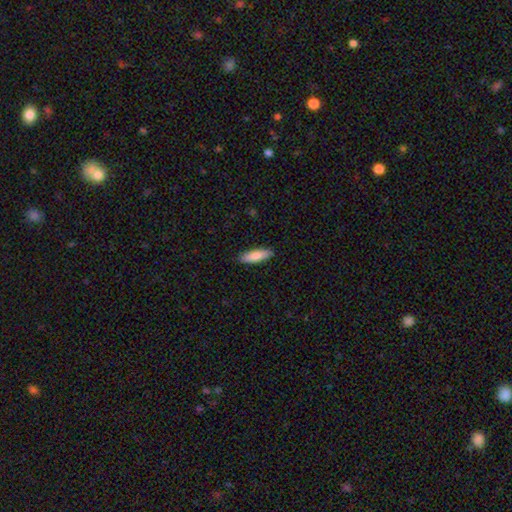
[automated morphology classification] Smooth or featured? Predicted: smooth (p=0.82). How rounded? Predicted: cigar-shaped (p=0.56). Merging? Predicted: none (p=0.88).